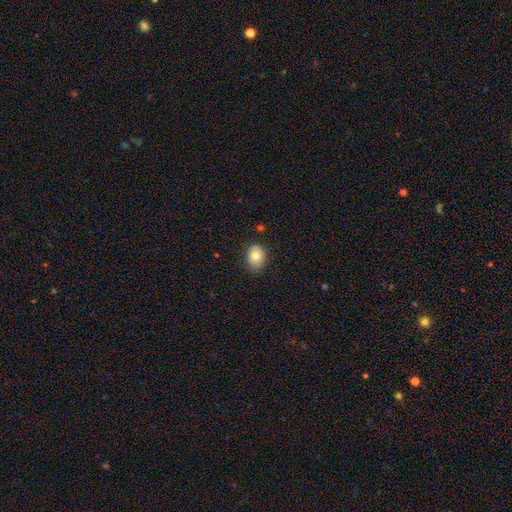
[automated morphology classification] Smooth or featured? smooth (76%)
How rounded? in between (69%)
Merging? none (76%)